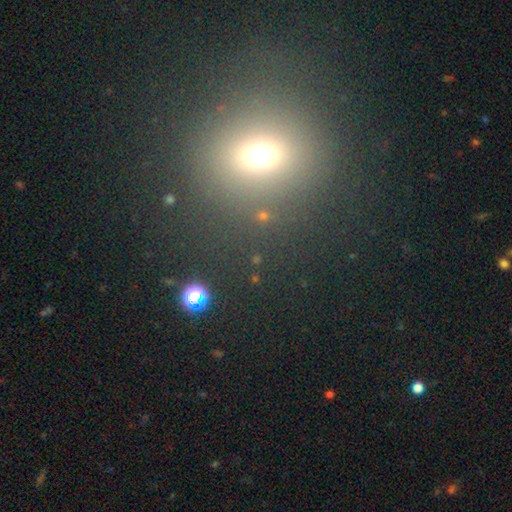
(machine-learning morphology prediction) Q: Smooth or featured?
A: smooth (57%); runner-up: star or artifact (31%)
Q: How rounded?
A: round (71%); runner-up: in between (26%)
Q: Merging?
A: none (84%); runner-up: minor disturbance (8%)